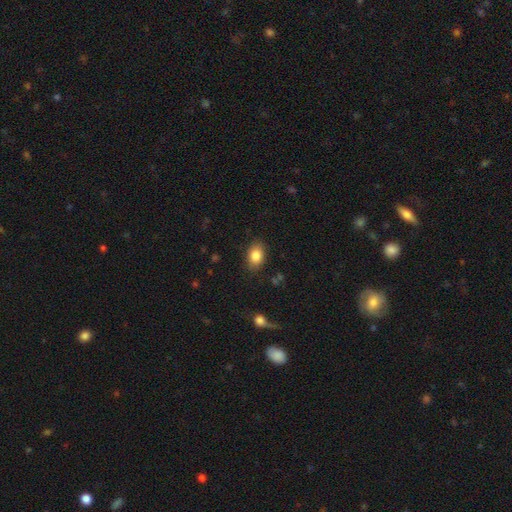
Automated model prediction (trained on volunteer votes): Smooth or featured? smooth (84%)
How rounded? in between (80%)
Merging? none (85%)